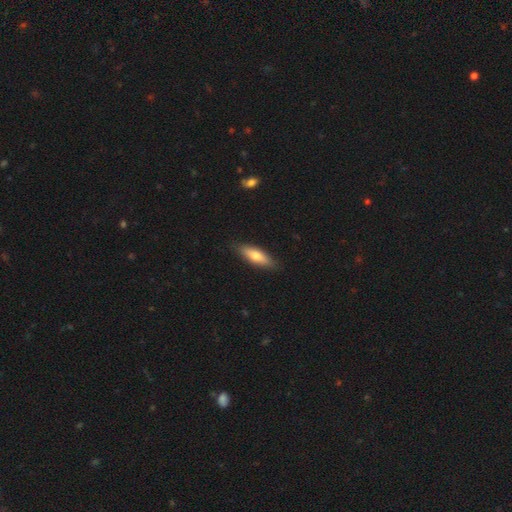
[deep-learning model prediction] A smooth galaxy with no disk features (70%) that is cigar-shaped (51%). Merging: none (86%).